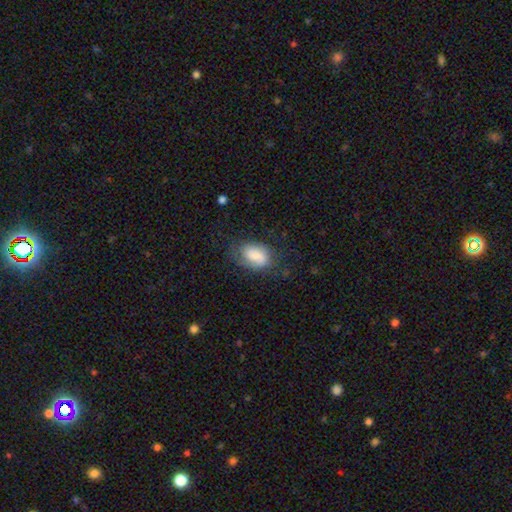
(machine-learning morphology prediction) smooth 62%, featured or disk 29%, star or artifact 8%. Down the decision tree: how rounded — in between (85%); merging — none (59%).